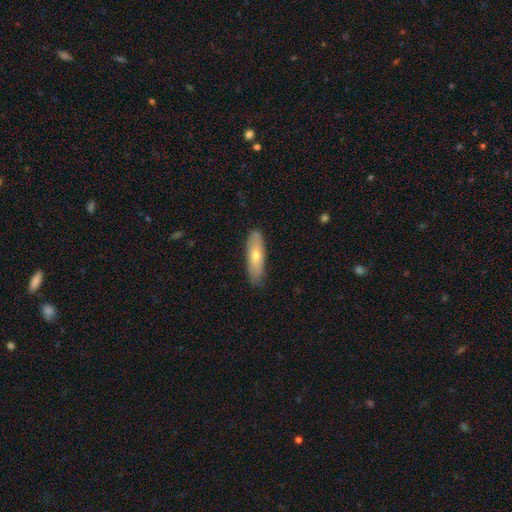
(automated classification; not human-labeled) smooth_or_featured: smooth (p=0.62) [alt: featured or disk p=0.32]
how_rounded: cigar-shaped (p=0.58) [alt: in between p=0.40]
merging: none (p=0.84) [alt: minor disturbance p=0.12]